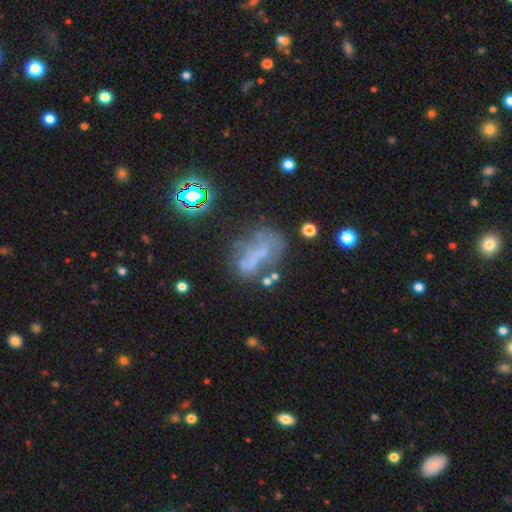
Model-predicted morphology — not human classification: Q: Smooth or featured?
A: featured or disk (42%); runner-up: smooth (32%)
Q: Merging?
A: none (35%); runner-up: major disturbance (27%)